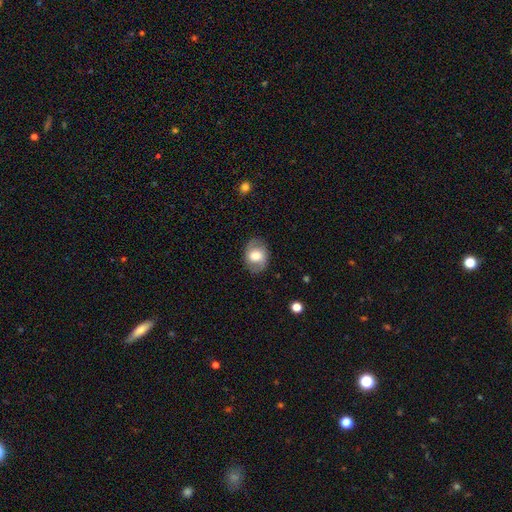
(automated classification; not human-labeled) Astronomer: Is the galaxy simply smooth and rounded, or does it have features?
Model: smooth — 48% (runner-up: featured or disk, 44%).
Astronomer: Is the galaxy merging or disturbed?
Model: none — 82%.